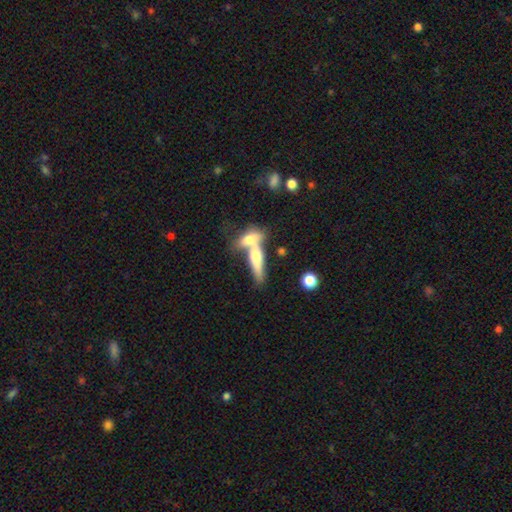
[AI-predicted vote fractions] Smooth or featured? Predicted: smooth (p=0.54). How rounded? Predicted: cigar-shaped (p=0.65). Merging? Predicted: merger (p=0.56).